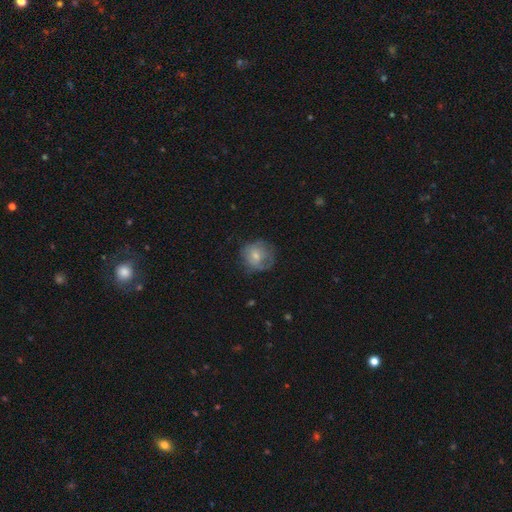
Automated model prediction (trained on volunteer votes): Morphology: type=smooth (62%); roundness=round (81%); merging=none (57%).